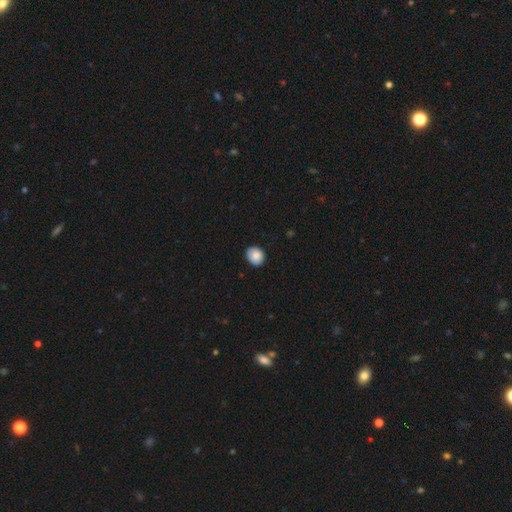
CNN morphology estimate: Smooth or featured? Predicted: smooth (p=0.85). How rounded? Predicted: round (p=0.66). Merging? Predicted: none (p=0.86).